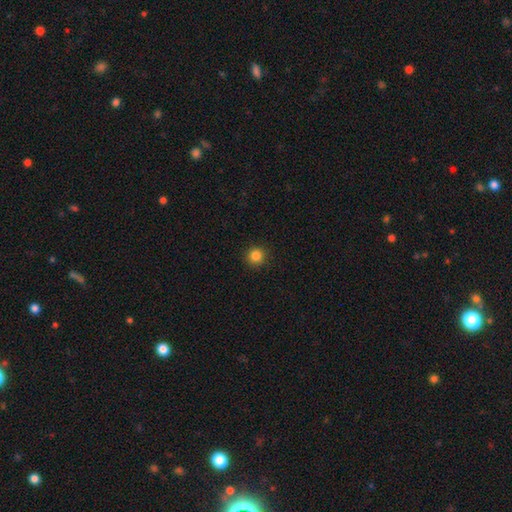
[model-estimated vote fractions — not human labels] This appears to be a smooth galaxy with no disk features (84%) that is round (95%). Merging: none (92%).